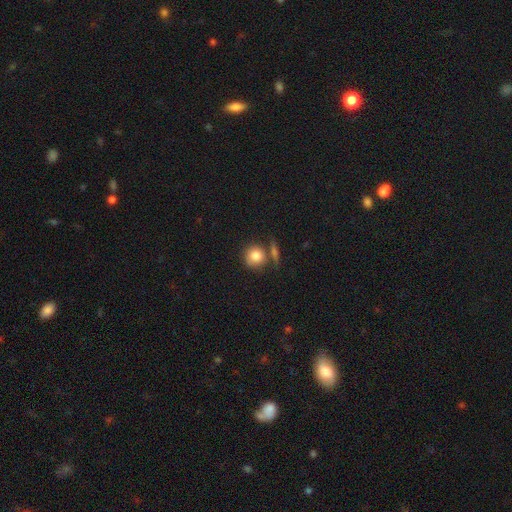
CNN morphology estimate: Smooth or featured? smooth (81%)
How rounded? round (87%)
Merging? none (63%)